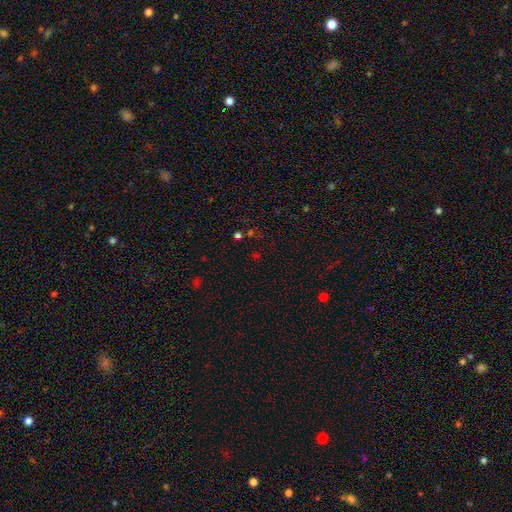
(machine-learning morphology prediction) star or artifact 55%, smooth 37%, featured or disk 8%.